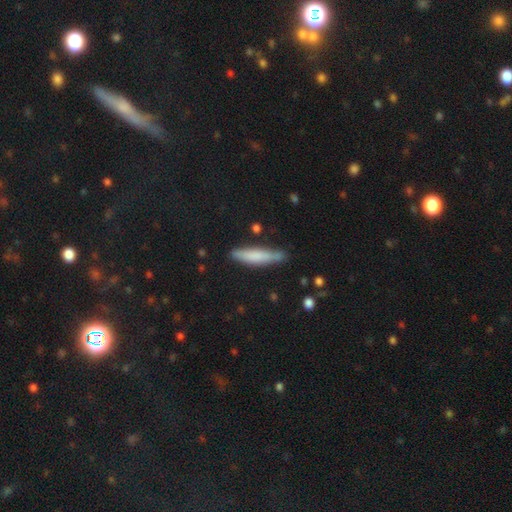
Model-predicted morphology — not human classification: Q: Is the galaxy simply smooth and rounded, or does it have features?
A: smooth — 69%.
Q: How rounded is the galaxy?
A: cigar-shaped — 85%.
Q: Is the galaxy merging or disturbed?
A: none — 76%.